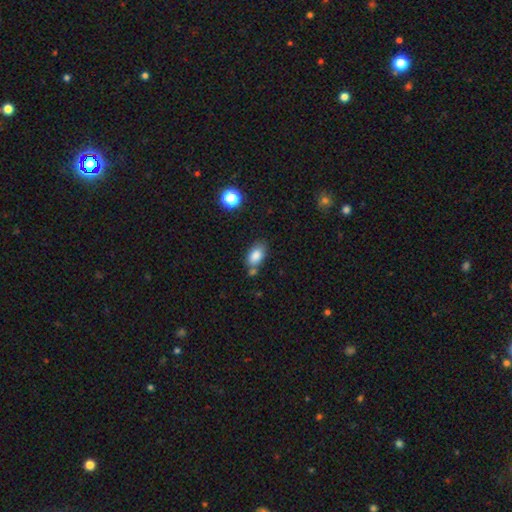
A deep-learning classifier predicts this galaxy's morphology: This appears to be a smooth galaxy with no disk features (84%) that is in between round and cigar-shaped (89%). Merging: none (61%).